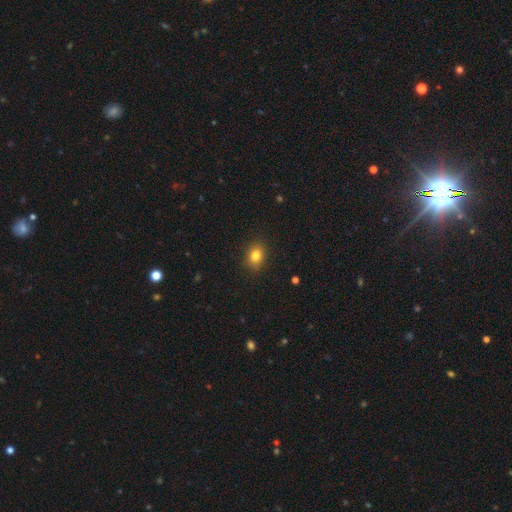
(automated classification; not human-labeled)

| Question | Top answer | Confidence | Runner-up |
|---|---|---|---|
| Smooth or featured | smooth | 82% | star or artifact (11%) |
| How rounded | in between | 63% | round (36%) |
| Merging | none | 88% | minor disturbance (9%) |